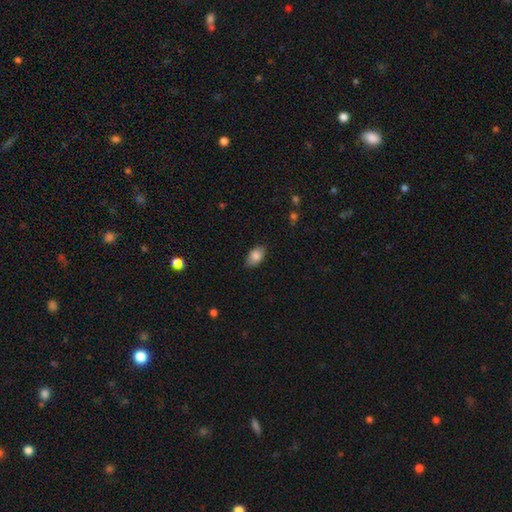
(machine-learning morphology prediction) This appears to be a smooth galaxy with no disk features (84%) that is in between round and cigar-shaped (91%). Merging: none (85%).